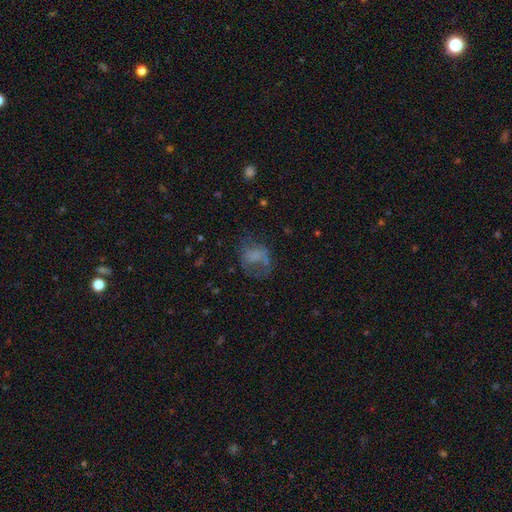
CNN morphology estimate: smooth 50%, featured or disk 35%, star or artifact 15%. Down the decision tree: merging — none (41%).